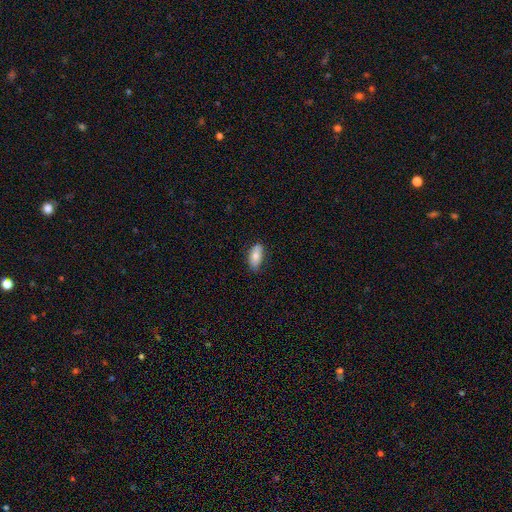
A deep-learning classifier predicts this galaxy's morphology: A smooth galaxy with no disk features (77%) that is in between round and cigar-shaped (90%). Merging: none (76%).